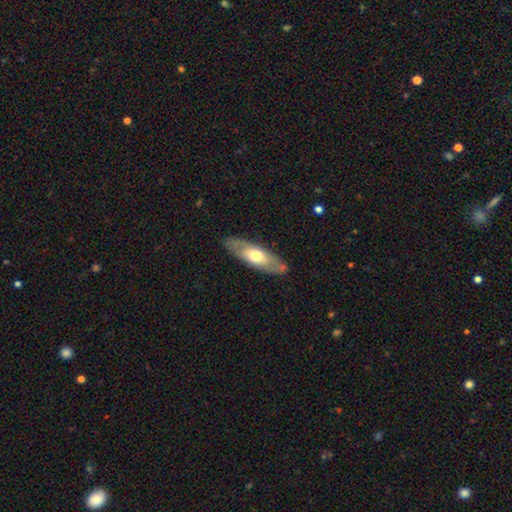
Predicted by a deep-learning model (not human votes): This appears to be a featured or disk galaxy (48%). Merging: none (83%).